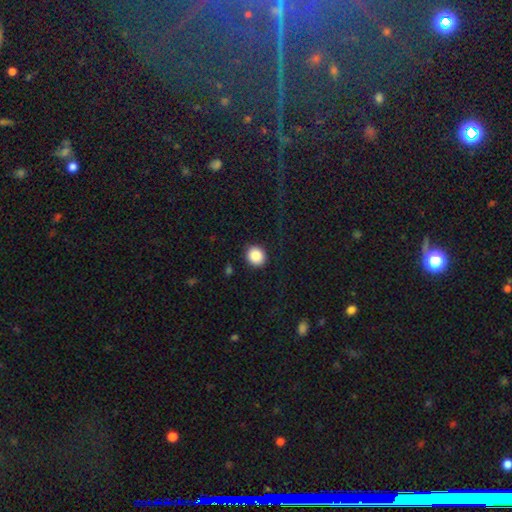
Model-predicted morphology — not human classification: Smooth or featured? Predicted: smooth (p=0.88). How rounded? Predicted: round (p=0.78). Merging? Predicted: none (p=0.89).